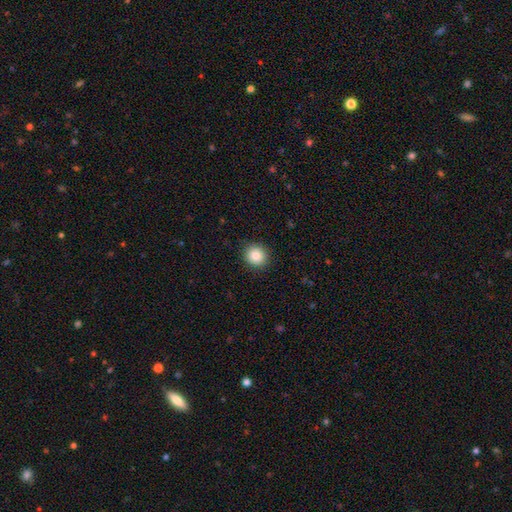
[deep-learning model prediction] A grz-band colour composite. It shows a smooth galaxy with no disk features (86%) that is round (87%). Merging: none (91%).